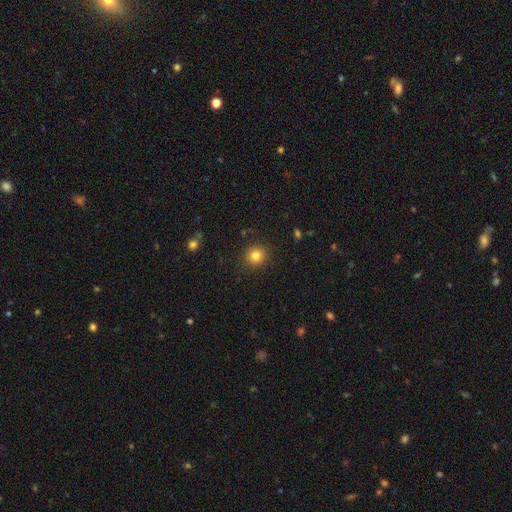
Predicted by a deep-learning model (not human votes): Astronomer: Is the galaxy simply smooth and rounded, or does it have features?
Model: smooth — 82%.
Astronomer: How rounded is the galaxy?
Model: round — 89%.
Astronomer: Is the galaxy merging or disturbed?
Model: none — 89%.